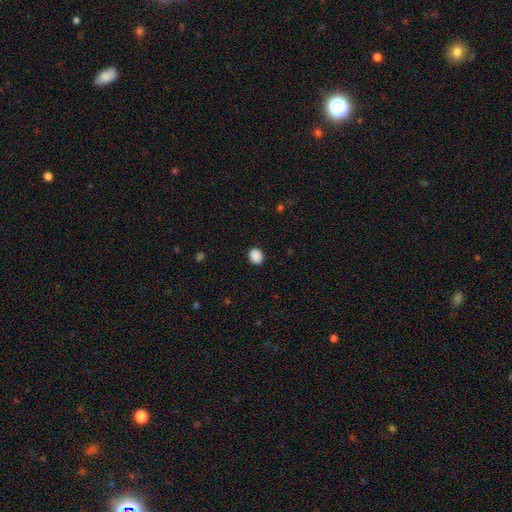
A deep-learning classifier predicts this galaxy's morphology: The model was most divided on "how rounded": round: 54%, in between: 45%, cigar-shaped: 1%. More confident: smooth or featured — smooth (89%); merging — none (89%).